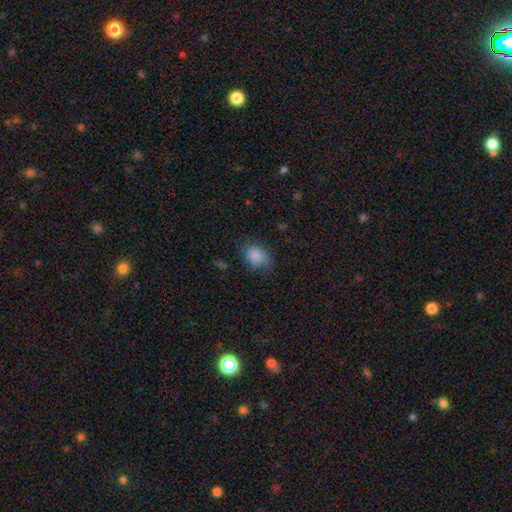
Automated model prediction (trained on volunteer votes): Smooth or featured? smooth (86%)
How rounded? in between (66%)
Merging? none (68%)